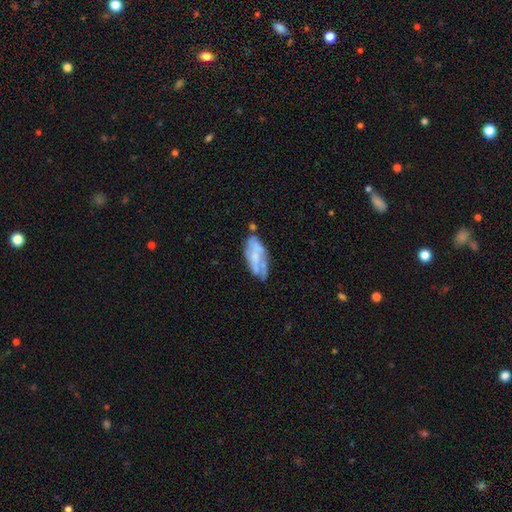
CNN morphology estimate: A featured or disk galaxy (58%) with no bar (61%), spiral arms (51%) and a small central bulge (40%).

Vote fractions:
- Smooth or featured? featured or disk: 58% / smooth: 34% / star or artifact: 8%
- Edge-on disk? no: 89% / yes: 11%
- Bar? no: 61% / weak: 28% / strong: 11%
- Spiral arms? yes: 51% / no: 49%
- Bulge size? small: 40% / none: 32% / moderate: 24% / large: 3% / dominant: 1%
- Merging? none: 54% / minor disturbance: 27% / major disturbance: 12% / merger: 7%